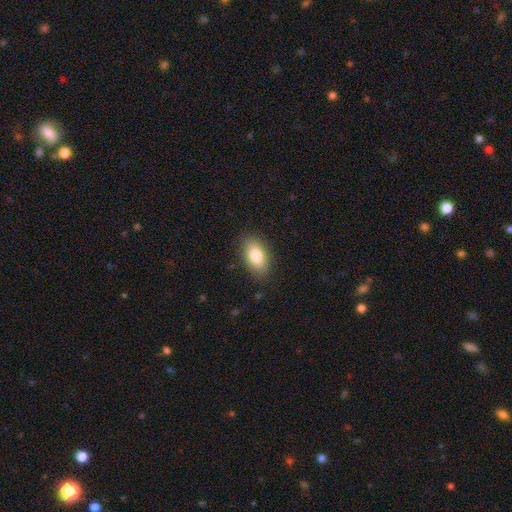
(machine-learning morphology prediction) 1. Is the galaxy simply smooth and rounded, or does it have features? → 83% smooth, 10% featured or disk, 7% star or artifact.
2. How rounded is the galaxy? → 91% in between, 5% round, 5% cigar-shaped.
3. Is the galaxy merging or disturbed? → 85% none, 11% minor disturbance, 3% major disturbance, 1% merger.